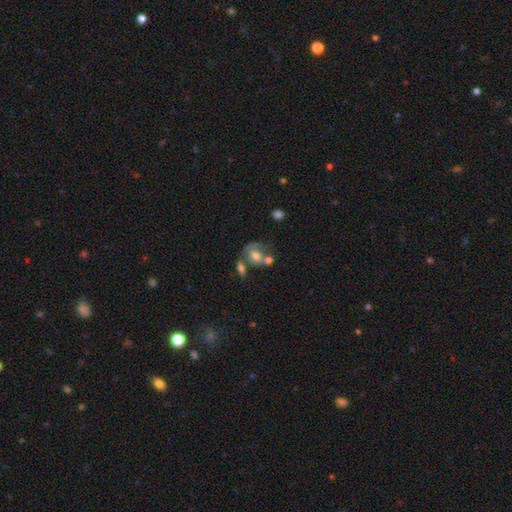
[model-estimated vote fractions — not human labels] smooth-or-featured: smooth: 45% | featured or disk: 43% | star or artifact: 12%
  merging: merger: 39% | none: 31% | minor disturbance: 15% | major disturbance: 14%